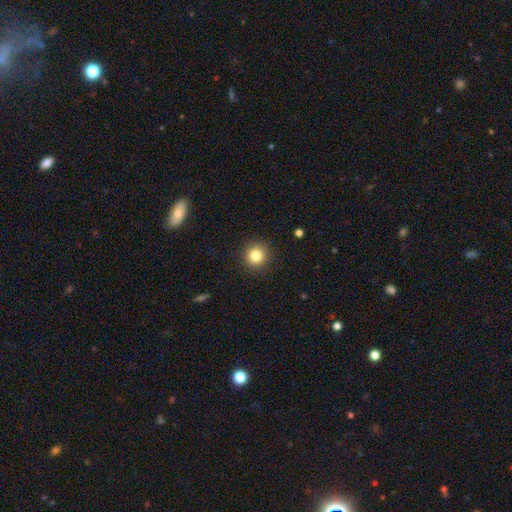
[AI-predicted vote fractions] Smooth or featured: smooth — 83% (star or artifact — 11%)
How rounded: round — 94% (in between — 5%)
Merging: none — 92% (minor disturbance — 6%)